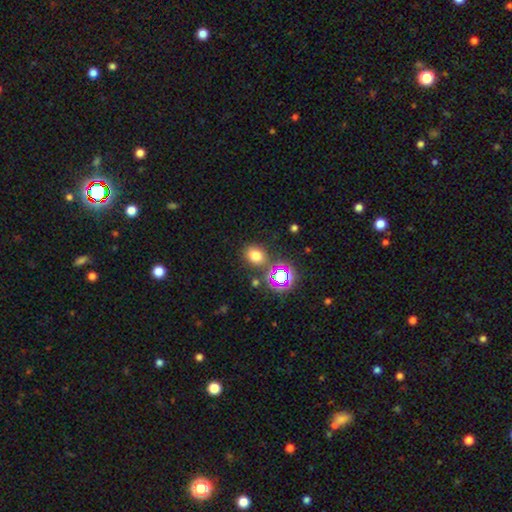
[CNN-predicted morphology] smooth 67%, star or artifact 25%, featured or disk 8%. Down the decision tree: how rounded — round (51%); merging — none (75%).